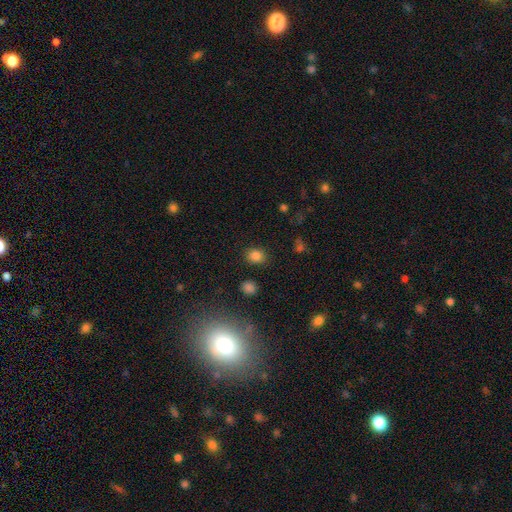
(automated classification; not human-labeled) Smooth or featured? Predicted: smooth (p=0.83). How rounded? Predicted: round (p=0.61). Merging? Predicted: none (p=0.86).